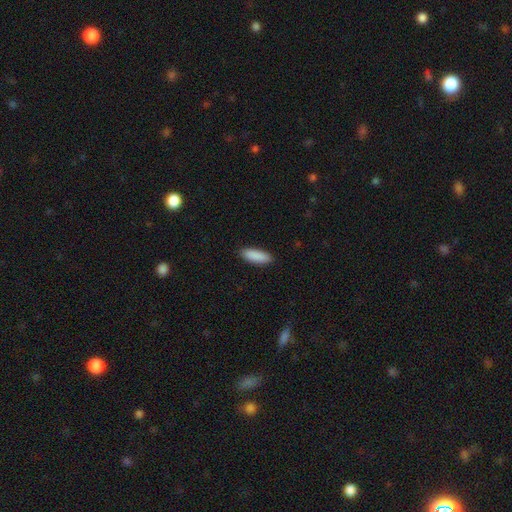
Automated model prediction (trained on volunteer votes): A smooth galaxy with no disk features (91%) that is in between round and cigar-shaped (60%).

Vote fractions:
- Smooth or featured? smooth: 91% / star or artifact: 6% / featured or disk: 4%
- How rounded? in between: 60% / cigar-shaped: 39% / round: 2%
- Merging? none: 90% / minor disturbance: 8% / major disturbance: 2% / merger: 1%